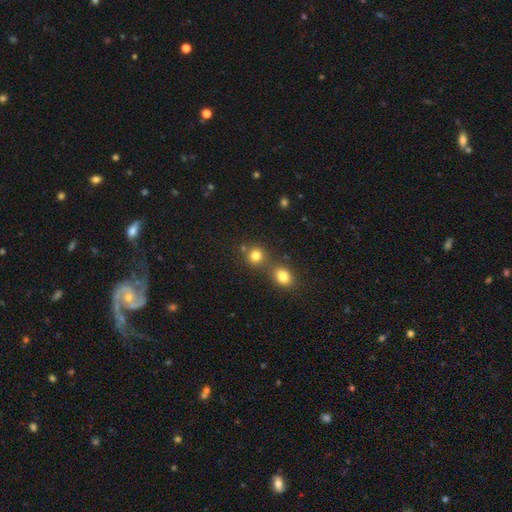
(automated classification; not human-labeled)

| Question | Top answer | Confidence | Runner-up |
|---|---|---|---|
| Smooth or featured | smooth | 80% | star or artifact (14%) |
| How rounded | round | 86% | in between (13%) |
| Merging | none | 59% | merger (31%) |